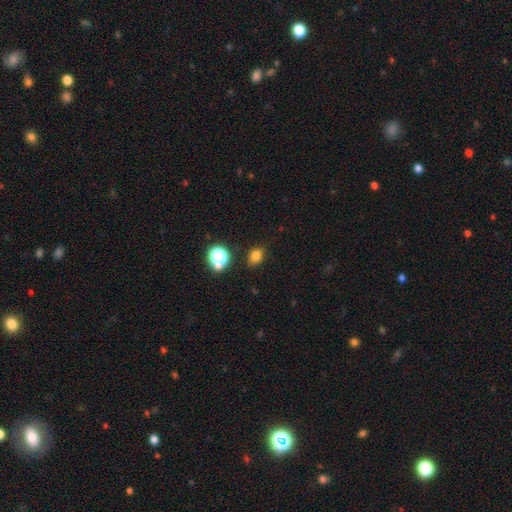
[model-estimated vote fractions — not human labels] Smooth or featured?
  - smooth: 77% *
  - star or artifact: 17%
  - featured or disk: 5%
How rounded?
  - in between: 53% *
  - round: 46%
  - cigar-shaped: 1%
Merging?
  - none: 84% *
  - minor disturbance: 11%
  - major disturbance: 3%
  - merger: 2%